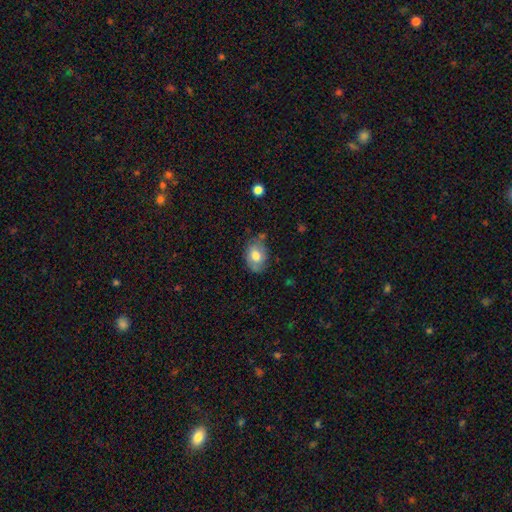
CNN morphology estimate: smooth 73%, featured or disk 19%, star or artifact 8%. Down the decision tree: how rounded — in between (77%); merging — none (67%).